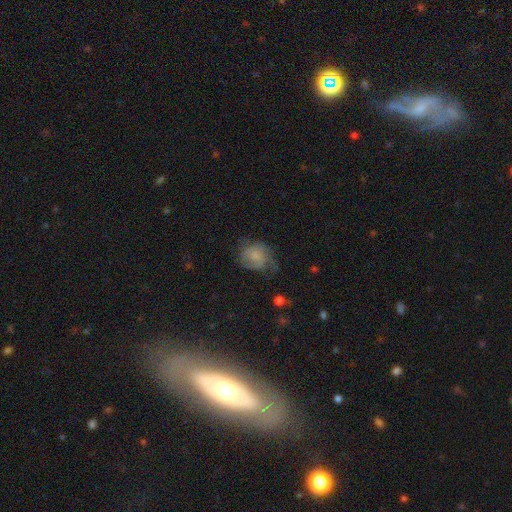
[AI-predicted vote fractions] Smooth or featured?
  - smooth: 53% *
  - featured or disk: 38%
  - star or artifact: 9%
How rounded?
  - round: 60% *
  - in between: 39%
  - cigar-shaped: 1%
Merging?
  - none: 41% *
  - minor disturbance: 32%
  - major disturbance: 25%
  - merger: 2%